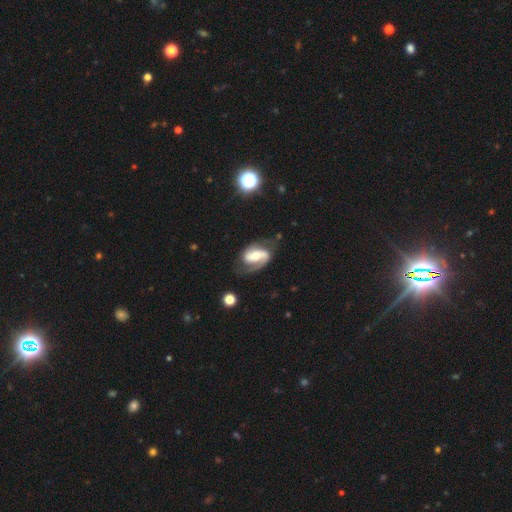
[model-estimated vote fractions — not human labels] Smooth or featured? featured or disk (82%)
Edge-on disk? no (97%)
Bar? weak (37%)
Spiral arms? yes (94%)
Spiral winding? medium (47%)
Spiral arm count? 2 (81%)
Bulge size? moderate (59%)
Merging? none (66%)